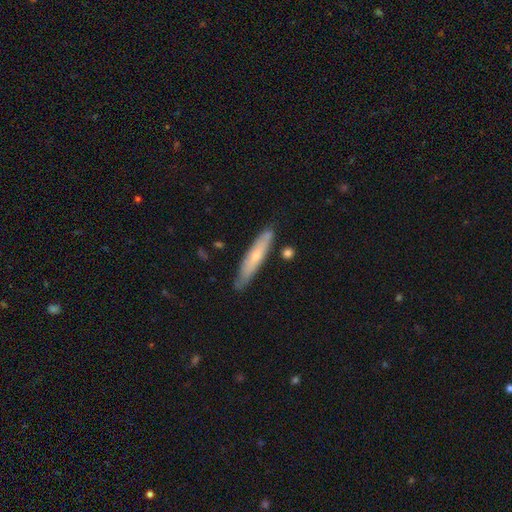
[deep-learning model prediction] This appears to be a smooth galaxy with no disk features (50%) that is cigar-shaped (88%). Merging: none (81%).